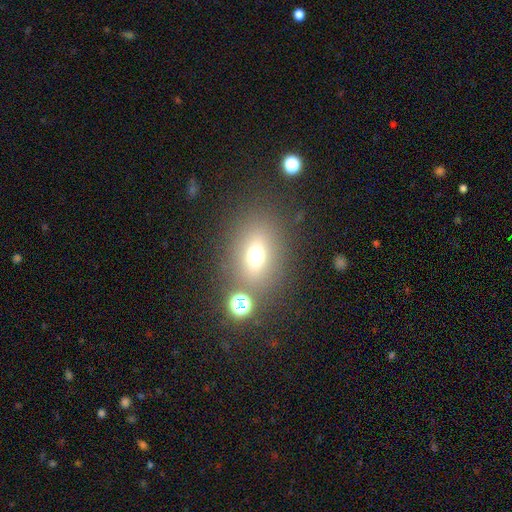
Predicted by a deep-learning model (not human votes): A smooth galaxy with no disk features (66%) that is in between round and cigar-shaped (55%).

Vote fractions:
- Smooth or featured? smooth: 66% / star or artifact: 19% / featured or disk: 15%
- How rounded? in between: 55% / round: 43% / cigar-shaped: 2%
- Merging? none: 73% / minor disturbance: 11% / merger: 10% / major disturbance: 6%